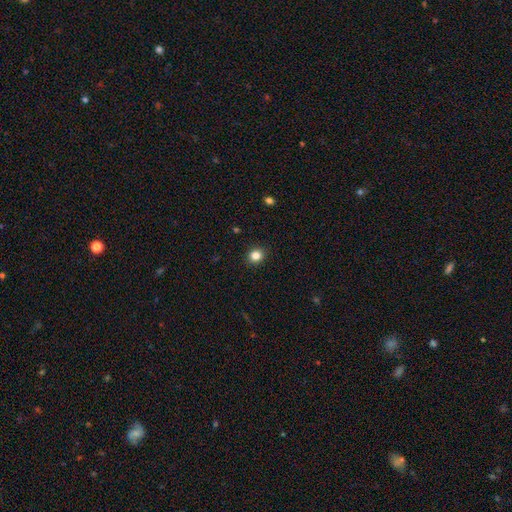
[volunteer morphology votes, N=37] Smooth or featured?
  - smooth: 97% *
  - featured or disk: 3%
  - star or artifact: 0%
How rounded?
  - round: 92% *
  - in between: 8%
  - cigar-shaped: 0%
Merging?
  - none: 89% *
  - minor disturbance: 8%
  - major disturbance: 3%
  - merger: 0%